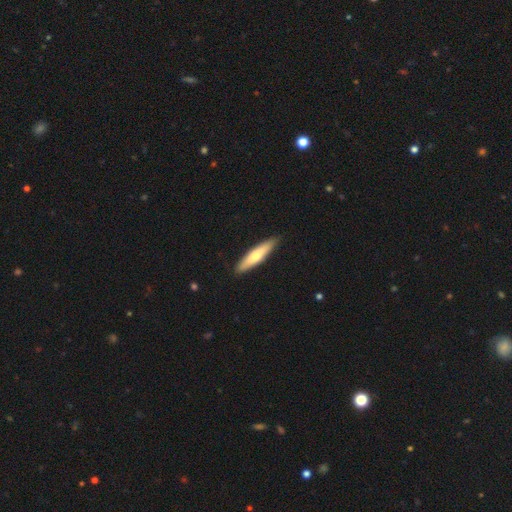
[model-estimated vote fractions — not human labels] Morphology: type=smooth (61%); roundness=cigar-shaped (81%); merging=none (90%).